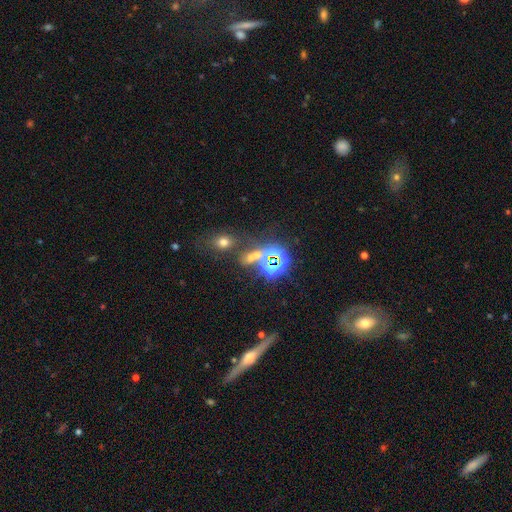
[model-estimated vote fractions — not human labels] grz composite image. It shows a star or artifact, not a galaxy (59%).